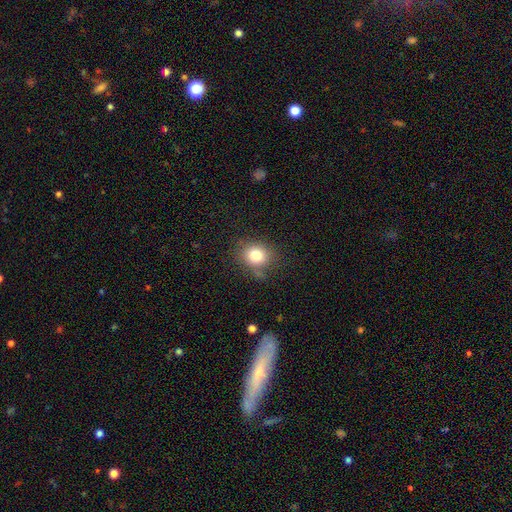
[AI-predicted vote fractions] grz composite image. It shows a smooth galaxy with no disk features (80%) that is round (69%). Merging: none (72%).